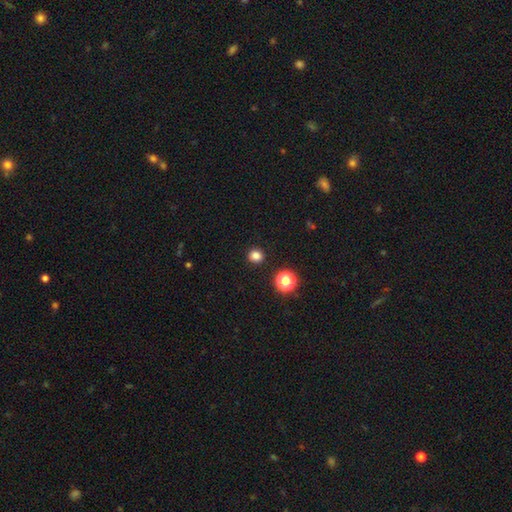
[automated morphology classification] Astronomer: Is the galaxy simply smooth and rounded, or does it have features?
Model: smooth — 82%.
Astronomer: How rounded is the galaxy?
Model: round — 89%.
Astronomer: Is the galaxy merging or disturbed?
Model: none — 92%.